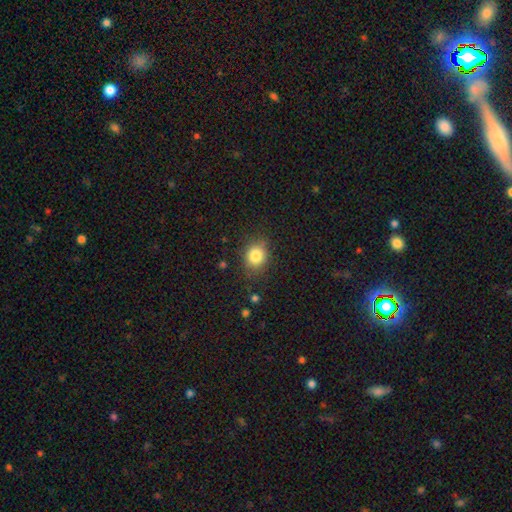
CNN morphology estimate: Smooth or featured? Predicted: smooth (p=0.82). How rounded? Predicted: round (p=0.59). Merging? Predicted: none (p=0.79).